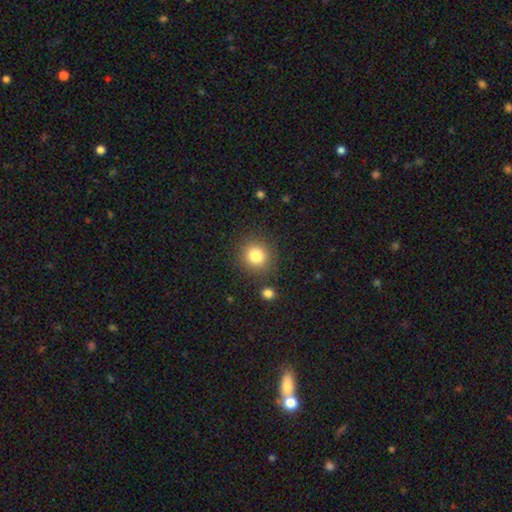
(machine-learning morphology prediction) smooth-or-featured: smooth: 82% | star or artifact: 11% | featured or disk: 7%
  how-rounded: round: 87% | in between: 12% | cigar-shaped: 1%
  merging: none: 85% | minor disturbance: 8% | merger: 4% | major disturbance: 3%